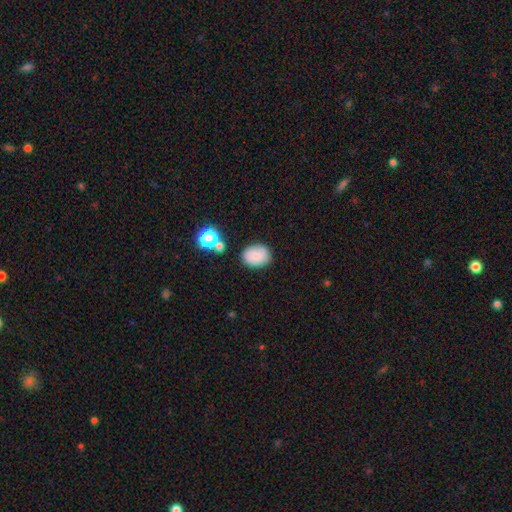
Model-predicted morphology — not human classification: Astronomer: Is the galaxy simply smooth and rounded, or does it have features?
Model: smooth — 81%.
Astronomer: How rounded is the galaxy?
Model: in between — 61% (runner-up: round, 38%).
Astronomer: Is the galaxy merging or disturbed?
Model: none — 76%.